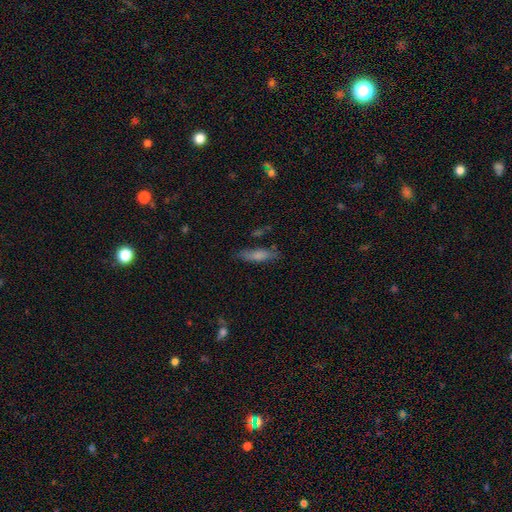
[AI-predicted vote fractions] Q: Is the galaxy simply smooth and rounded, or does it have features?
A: smooth — 56%.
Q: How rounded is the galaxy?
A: cigar-shaped — 77%.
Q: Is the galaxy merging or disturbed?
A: none — 78%.